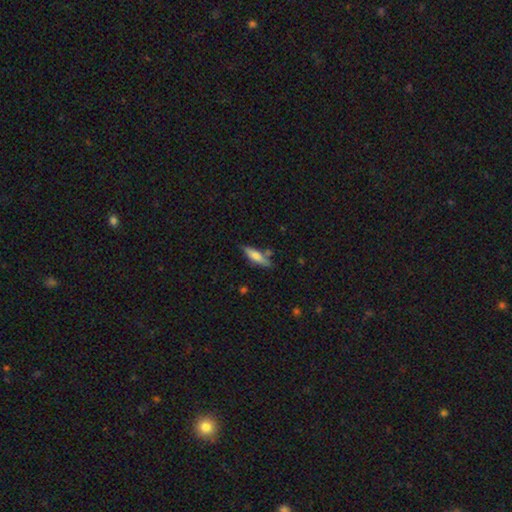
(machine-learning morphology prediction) smooth_or_featured: smooth (p=0.61) [alt: featured or disk p=0.33]
how_rounded: cigar-shaped (p=0.70) [alt: in between p=0.28]
merging: none (p=0.72) [alt: minor disturbance p=0.16]